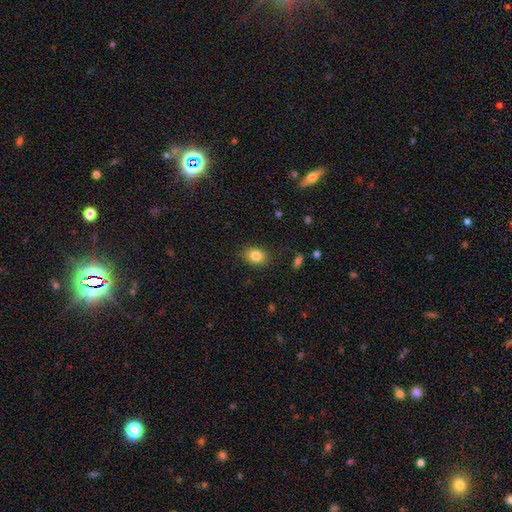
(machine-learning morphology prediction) This appears to be a smooth galaxy with no disk features (84%) that is in between round and cigar-shaped (65%). Merging: none (85%).